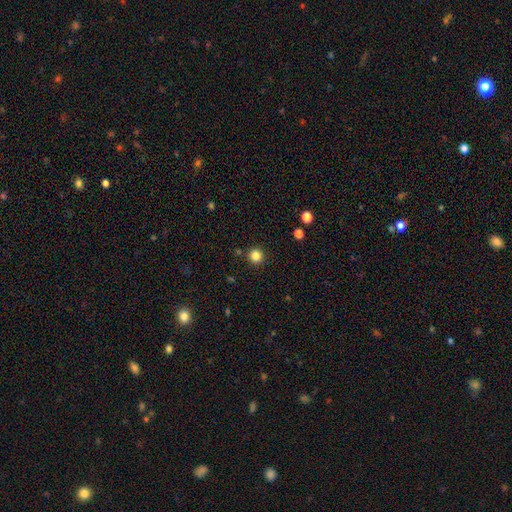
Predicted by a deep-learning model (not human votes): A smooth galaxy with no disk features (83%) that is round (94%). Merging: none (89%).